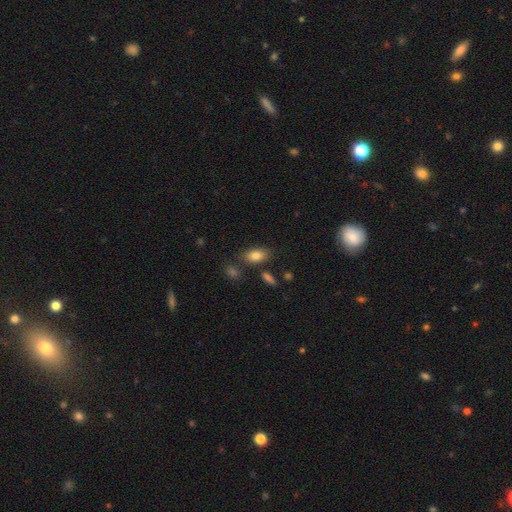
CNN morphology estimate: smooth-or-featured: smooth: 82% | featured or disk: 10% | star or artifact: 8%
  how-rounded: in between: 88% | round: 9% | cigar-shaped: 3%
  merging: none: 76% | minor disturbance: 13% | merger: 7% | major disturbance: 4%